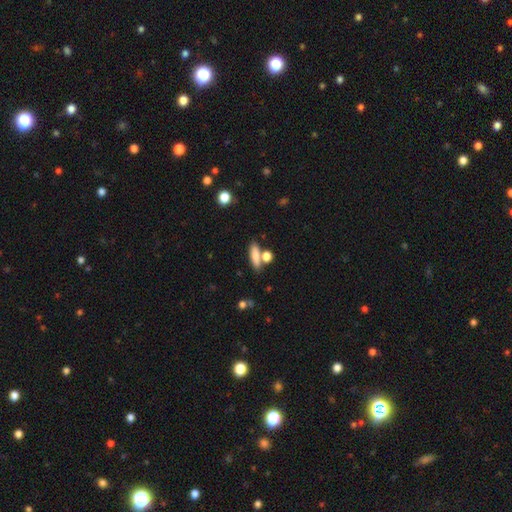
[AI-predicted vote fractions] The model was most divided on "how rounded": cigar-shaped: 48%, in between: 44%, round: 7%. More confident: smooth or featured — smooth (76%); merging — none (60%).